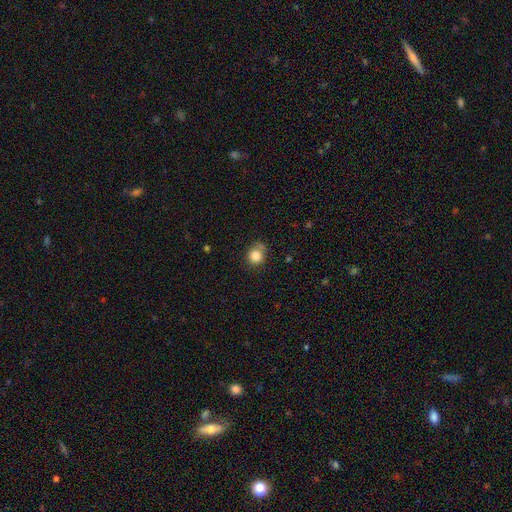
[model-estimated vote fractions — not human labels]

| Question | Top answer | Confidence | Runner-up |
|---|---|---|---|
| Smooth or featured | smooth | 82% | star or artifact (10%) |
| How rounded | round | 77% | in between (22%) |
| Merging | none | 61% | minor disturbance (26%) |